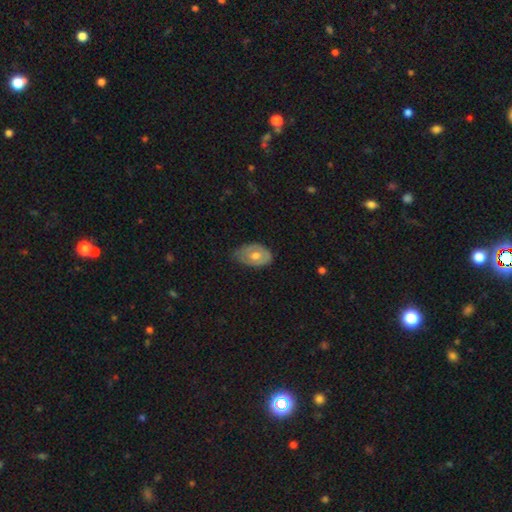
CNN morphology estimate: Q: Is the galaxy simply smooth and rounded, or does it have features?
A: smooth — 49%.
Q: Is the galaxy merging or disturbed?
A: none — 55%.